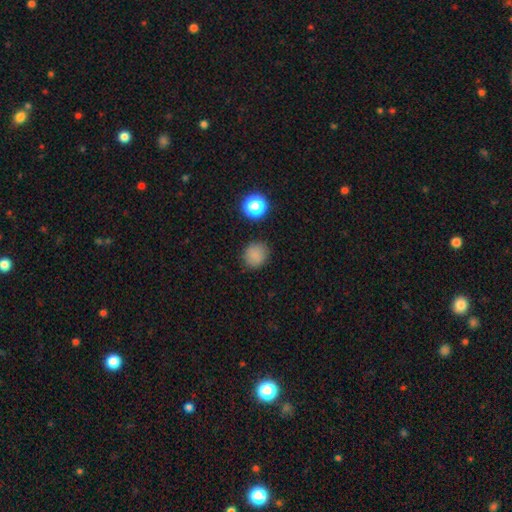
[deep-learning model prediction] A smooth galaxy with no disk features (81%) that is round (85%).

Vote fractions:
- Smooth or featured? smooth: 81% / star or artifact: 15% / featured or disk: 4%
- How rounded? round: 85% / in between: 14% / cigar-shaped: 1%
- Merging? none: 85% / minor disturbance: 10% / major disturbance: 3% / merger: 2%